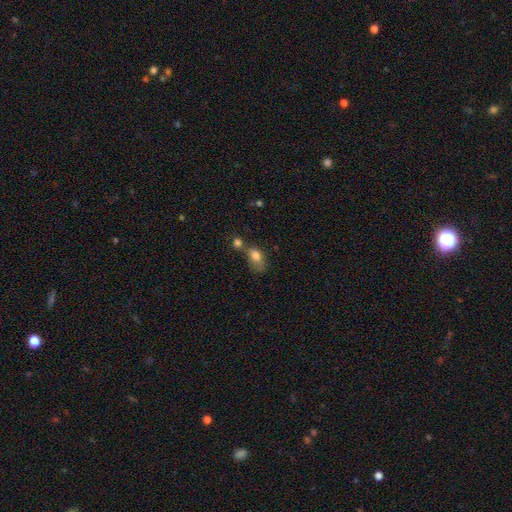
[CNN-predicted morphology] smooth-or-featured: smooth: 79% | featured or disk: 12% | star or artifact: 10%
  how-rounded: in between: 78% | round: 20% | cigar-shaped: 3%
  merging: merger: 36% | none: 26% | minor disturbance: 21% | major disturbance: 17%